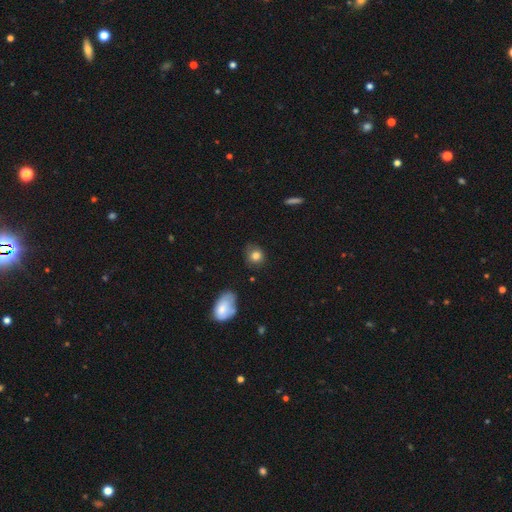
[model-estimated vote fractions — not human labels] smooth_or_featured: smooth (p=0.81) [alt: star or artifact p=0.10]
how_rounded: round (p=0.75) [alt: in between p=0.23]
merging: none (p=0.69) [alt: minor disturbance p=0.23]